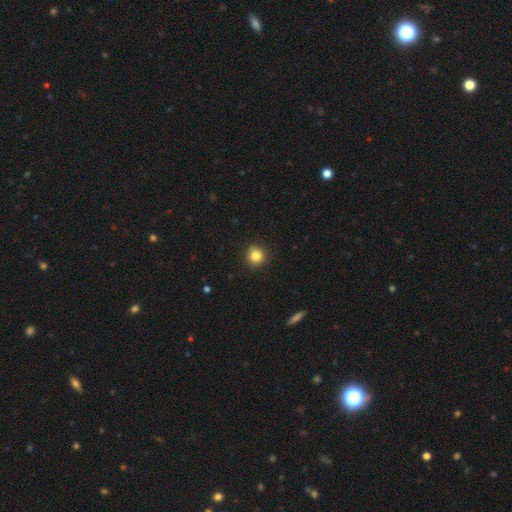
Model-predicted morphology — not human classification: This appears to be a smooth galaxy with no disk features (83%) that is round (88%). Merging: none (87%).